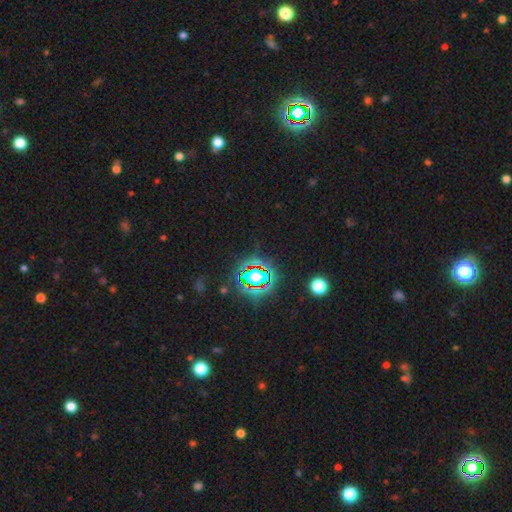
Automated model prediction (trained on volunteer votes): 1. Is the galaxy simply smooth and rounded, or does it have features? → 80% star or artifact, 12% smooth, 8% featured or disk.